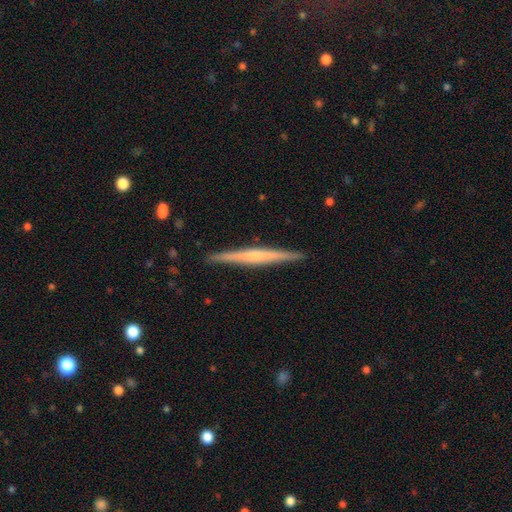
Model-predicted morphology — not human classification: A featured or disk galaxy (63%) viewed edge-on (98%) with no central bulge (54%). Merging: none (92%).